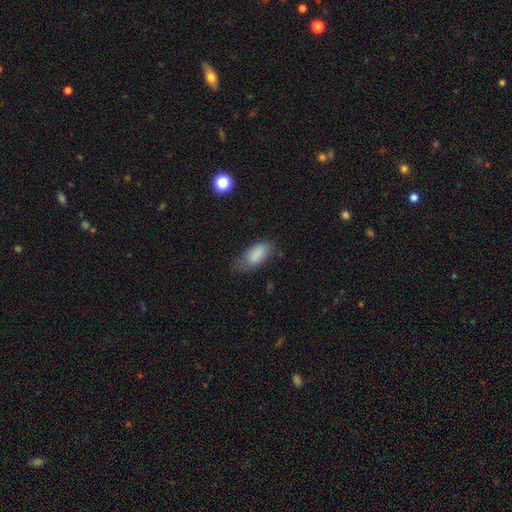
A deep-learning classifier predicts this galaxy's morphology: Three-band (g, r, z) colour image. It shows a smooth galaxy with no disk features (85%) that is in between round and cigar-shaped (90%). Merging: none (56%).